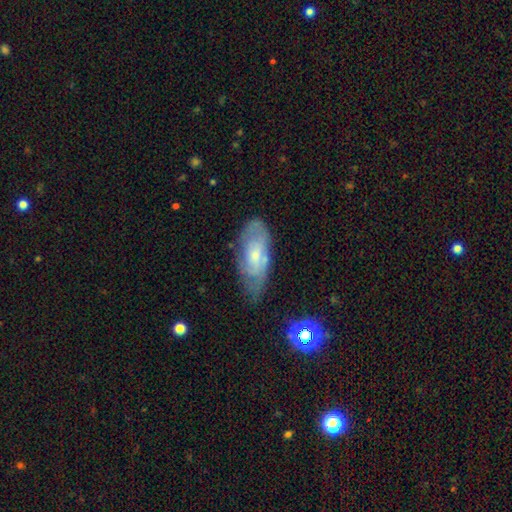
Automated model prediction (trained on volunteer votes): Overall: featured or disk (57%; smooth 36%). Edge-on disk: no (88%). Merging: none (56%; minor disturbance 31%).